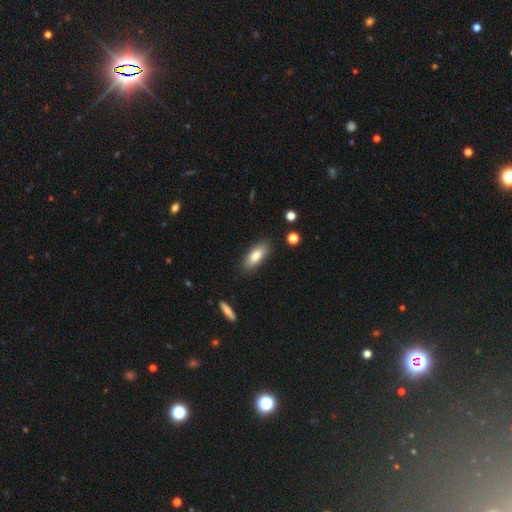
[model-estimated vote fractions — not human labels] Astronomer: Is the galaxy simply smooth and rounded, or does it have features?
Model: smooth — 82%.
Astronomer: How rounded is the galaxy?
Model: in between — 77%.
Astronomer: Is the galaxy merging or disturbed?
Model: none — 86%.